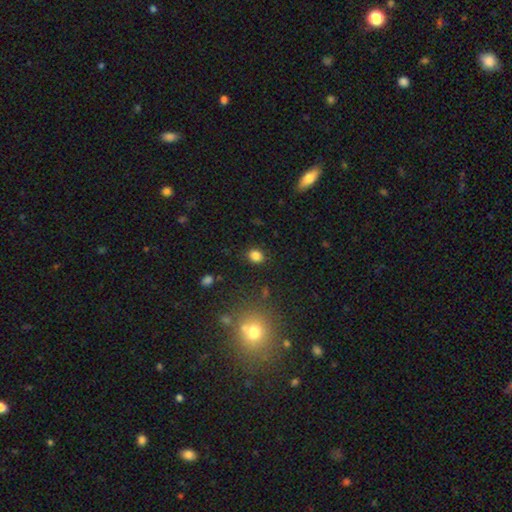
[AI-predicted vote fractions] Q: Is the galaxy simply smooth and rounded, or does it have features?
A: smooth — 83%.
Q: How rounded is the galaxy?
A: round — 64%.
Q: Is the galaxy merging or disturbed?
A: none — 86%.